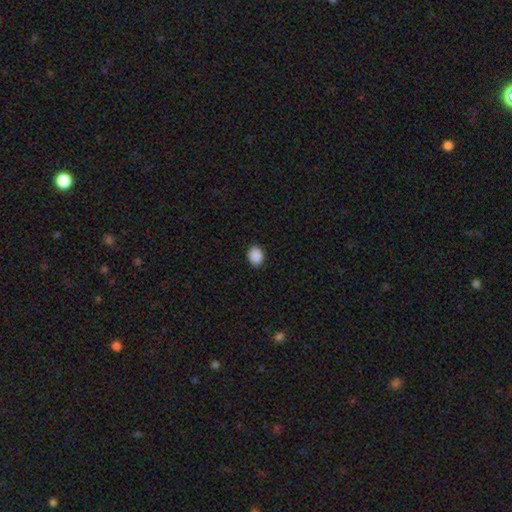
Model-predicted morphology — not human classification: This appears to be a smooth galaxy with no disk features (90%) that is in between round and cigar-shaped (52%). Merging: none (90%).